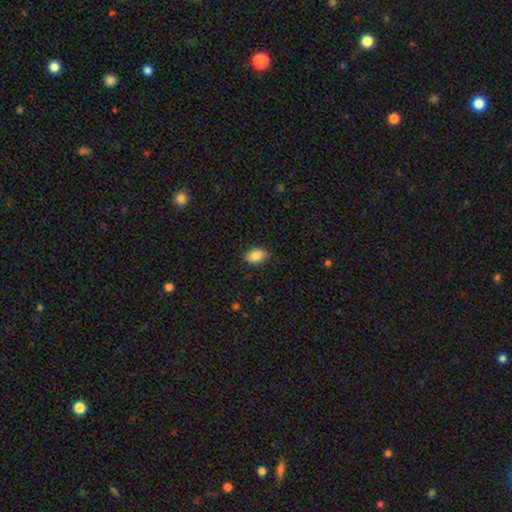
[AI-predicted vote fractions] This appears to be a smooth galaxy with no disk features (85%) that is in between round and cigar-shaped (83%). Merging: none (87%).